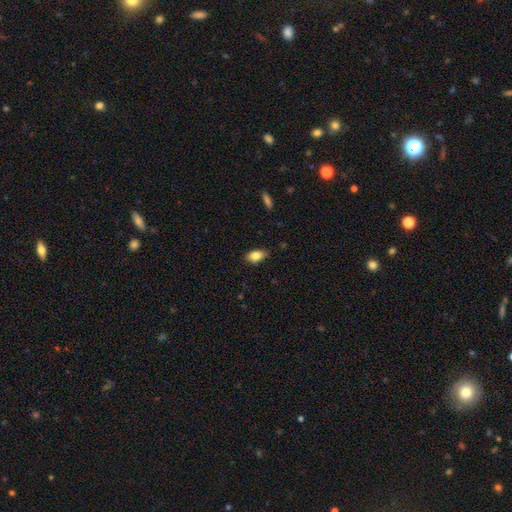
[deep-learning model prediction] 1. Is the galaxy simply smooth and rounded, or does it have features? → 82% smooth, 9% featured or disk, 8% star or artifact.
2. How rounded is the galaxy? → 87% in between, 8% round, 4% cigar-shaped.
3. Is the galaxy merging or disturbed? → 82% none, 15% minor disturbance, 2% major disturbance, 1% merger.